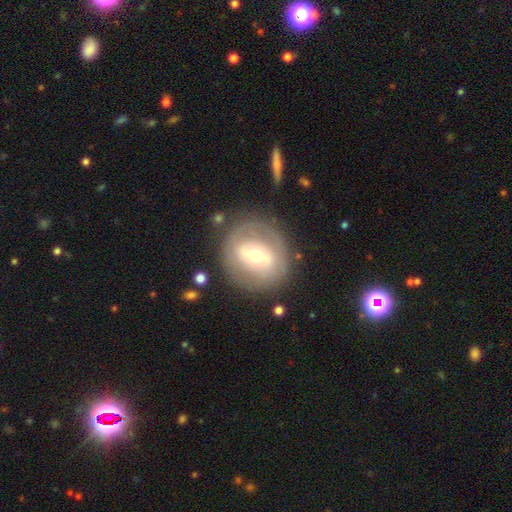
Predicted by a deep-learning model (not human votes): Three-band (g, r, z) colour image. It shows a featured or disk galaxy (59%) with a weak bar (38%), no spiral arms (62%) and a moderate central bulge (60%). Merging: none (80%).